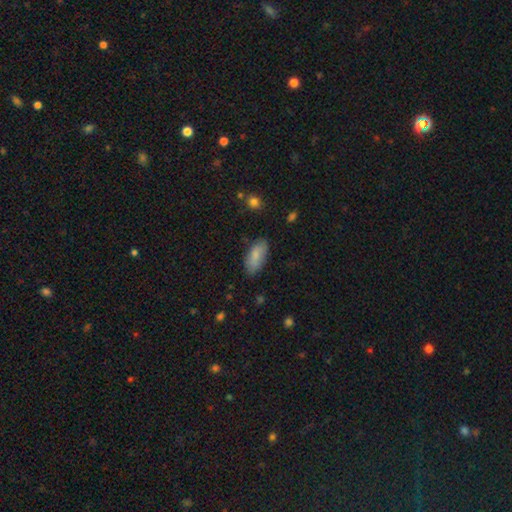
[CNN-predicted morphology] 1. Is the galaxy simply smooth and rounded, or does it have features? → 83% smooth, 10% featured or disk, 6% star or artifact.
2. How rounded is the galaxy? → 87% in between, 11% cigar-shaped, 2% round.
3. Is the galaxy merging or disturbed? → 80% none, 15% minor disturbance, 3% major disturbance, 1% merger.